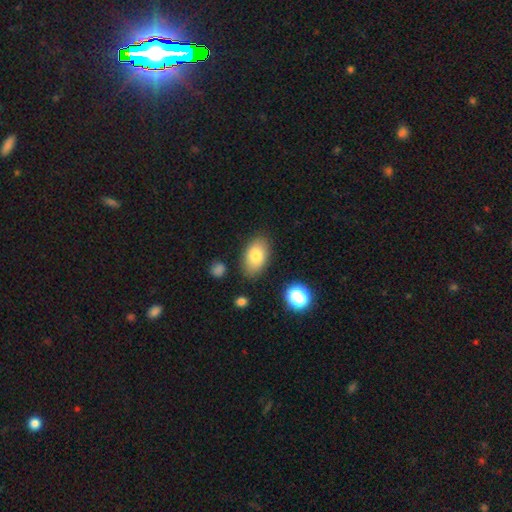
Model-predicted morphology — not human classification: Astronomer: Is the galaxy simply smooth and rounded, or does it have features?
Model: smooth — 80%.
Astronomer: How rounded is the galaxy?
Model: in between — 91%.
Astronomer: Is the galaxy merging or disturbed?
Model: none — 82%.